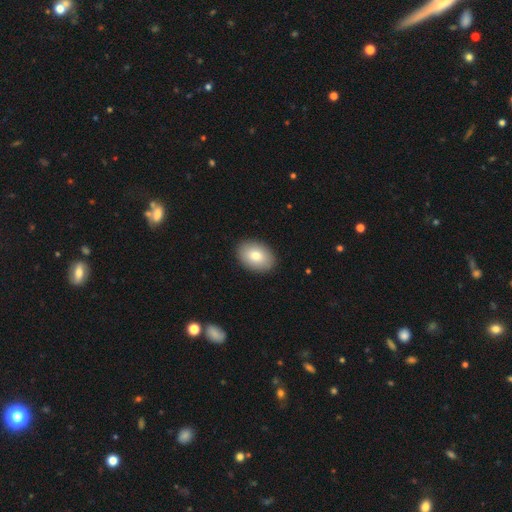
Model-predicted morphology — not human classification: Smooth or featured: smooth — 80% (featured or disk — 13%)
How rounded: in between — 82% (round — 17%)
Merging: none — 90% (minor disturbance — 7%)